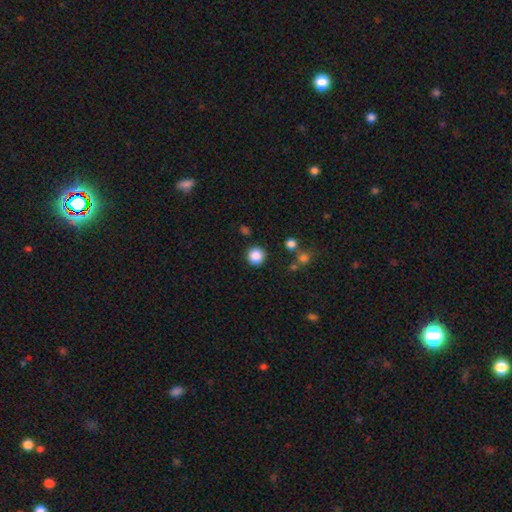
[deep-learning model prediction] smooth-or-featured: smooth: 87% | star or artifact: 10% | featured or disk: 3%
  how-rounded: round: 94% | in between: 5% | cigar-shaped: 1%
  merging: none: 89% | minor disturbance: 6% | major disturbance: 2% | merger: 2%